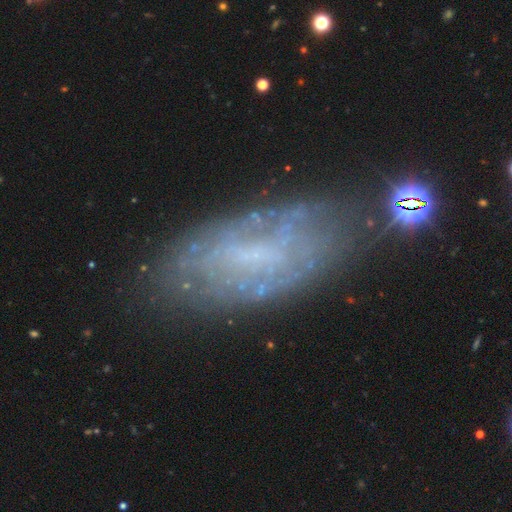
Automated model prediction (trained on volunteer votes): Smooth or featured? Predicted: featured or disk (p=0.61). Edge-on disk? Predicted: no (p=0.91). Bar? Predicted: no (p=0.45). Spiral arms? Predicted: yes (p=0.53). Bulge size? Predicted: none (p=0.51). Merging? Predicted: none (p=0.64).